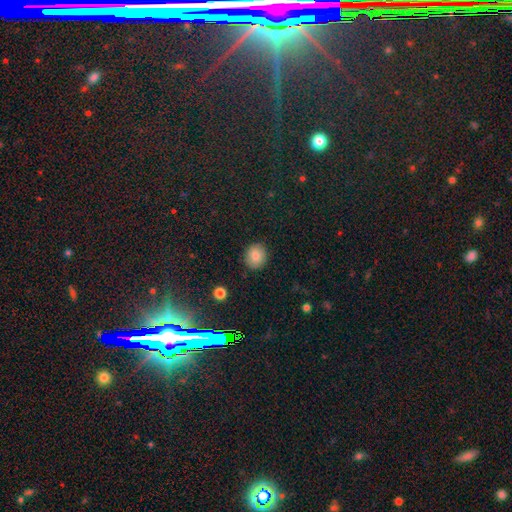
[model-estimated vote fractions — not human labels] smooth-or-featured: smooth: 86% | star or artifact: 9% | featured or disk: 5%
  how-rounded: round: 74% | in between: 25% | cigar-shaped: 1%
  merging: none: 89% | minor disturbance: 8% | major disturbance: 2% | merger: 1%